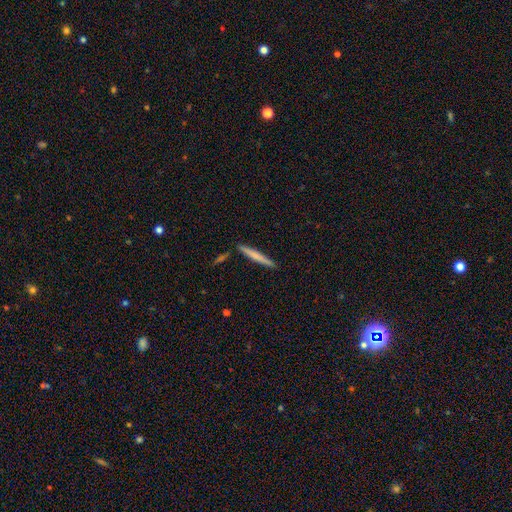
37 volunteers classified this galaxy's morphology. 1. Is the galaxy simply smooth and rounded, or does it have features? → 59% smooth, 38% featured or disk, 3% star or artifact.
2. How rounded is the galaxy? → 100% cigar-shaped, 0% round, 0% in between.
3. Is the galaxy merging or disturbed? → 92% none, 6% merger, 3% minor disturbance, 0% major disturbance.